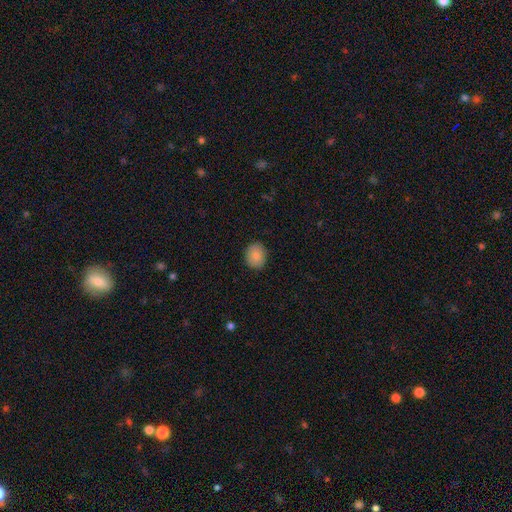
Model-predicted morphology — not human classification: The model was most divided on "how rounded": round: 56%, in between: 43%, cigar-shaped: 1%. More confident: merging — none (87%); smooth or featured — smooth (87%).